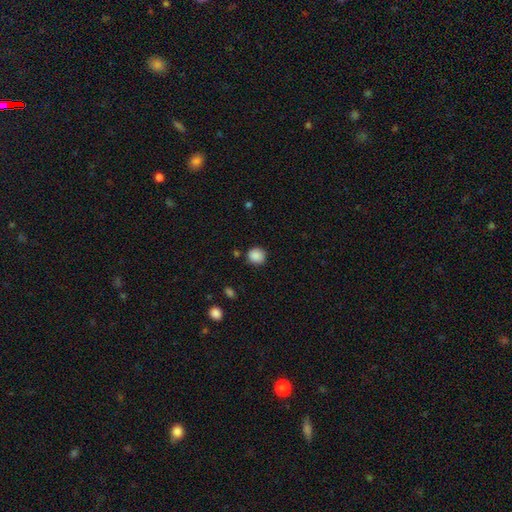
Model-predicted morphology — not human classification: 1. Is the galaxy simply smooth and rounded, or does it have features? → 88% smooth, 9% star or artifact, 3% featured or disk.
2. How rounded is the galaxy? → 86% round, 13% in between, 1% cigar-shaped.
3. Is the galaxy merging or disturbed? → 83% none, 12% minor disturbance, 3% major disturbance, 3% merger.